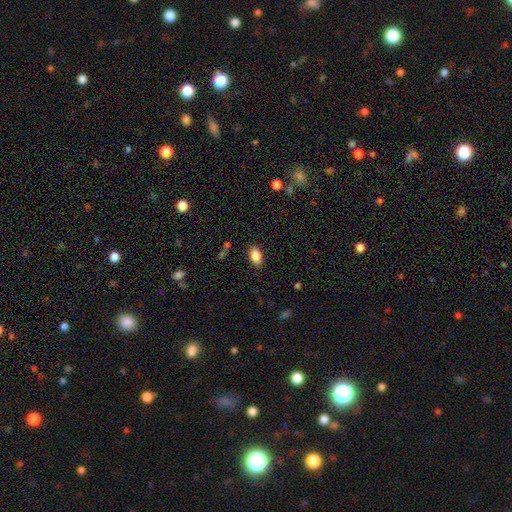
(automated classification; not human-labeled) A smooth galaxy with no disk features (86%) that is in between round and cigar-shaped (91%). Merging: none (84%).